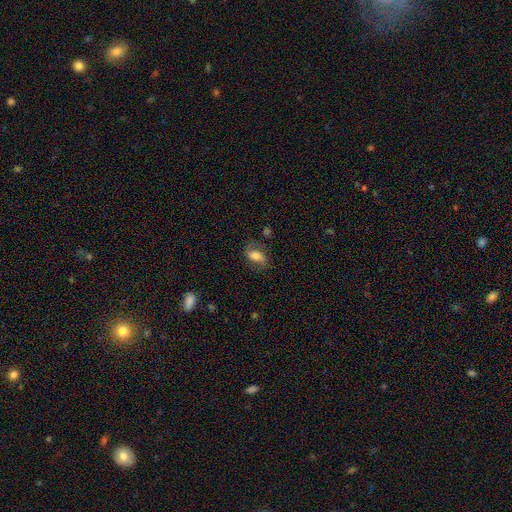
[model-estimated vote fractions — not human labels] The model was most divided on "smooth or featured": featured or disk: 46%, smooth: 45%, star or artifact: 9%. More confident: merging — none (63%).